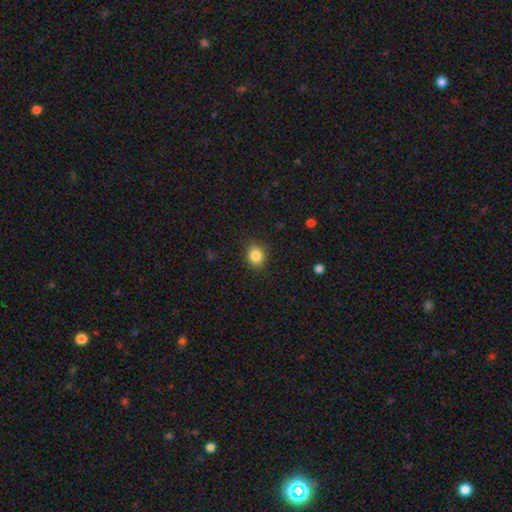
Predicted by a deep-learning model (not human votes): smooth_or_featured: smooth (p=0.85) [alt: star or artifact p=0.10]
how_rounded: round (p=0.67) [alt: in between p=0.32]
merging: none (p=0.86) [alt: minor disturbance p=0.10]